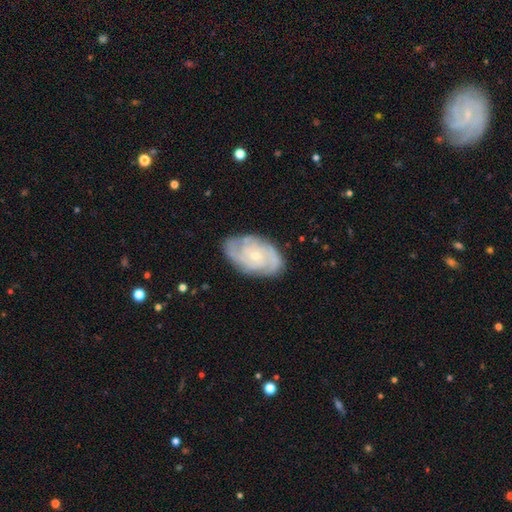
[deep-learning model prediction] This is clearly a featured or disk galaxy (82%). It is clearly not viewed edge-on (96%). Bar: likely no (74%). Spiral arm pattern: clearly yes (95%). Spiral arm count: marginally 2 (31%). Spiral winding: likely tight (63%). Central bulge: likely small (76%). Merging: likely none (78%).